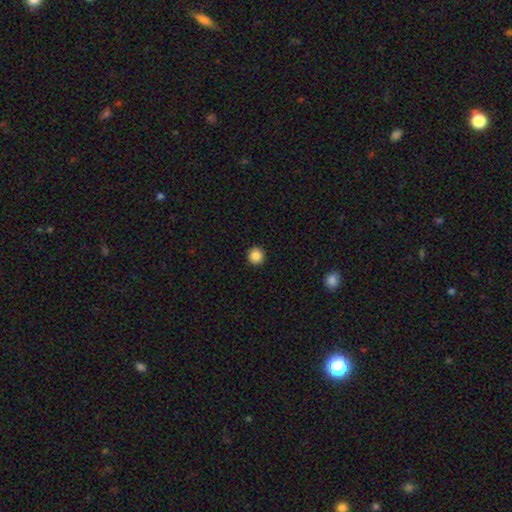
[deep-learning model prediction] The model was most divided on "smooth or featured": smooth: 87%, star or artifact: 10%, featured or disk: 3%. More confident: how rounded — round (95%); merging — none (93%).